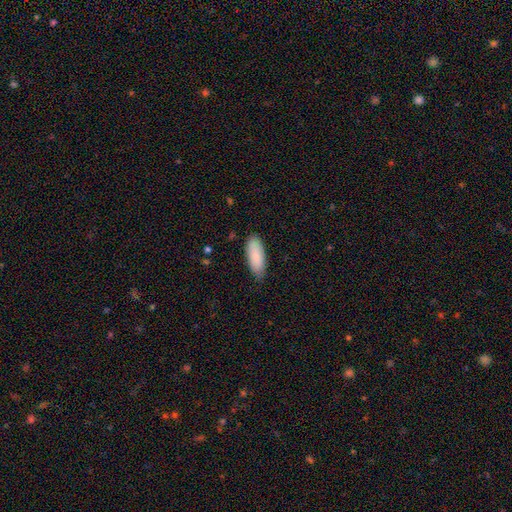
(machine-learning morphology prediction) smooth-or-featured: smooth: 86% | featured or disk: 8% | star or artifact: 6%
  how-rounded: in between: 73% | cigar-shaped: 26% | round: 2%
  merging: none: 81% | minor disturbance: 16% | major disturbance: 2% | merger: 1%